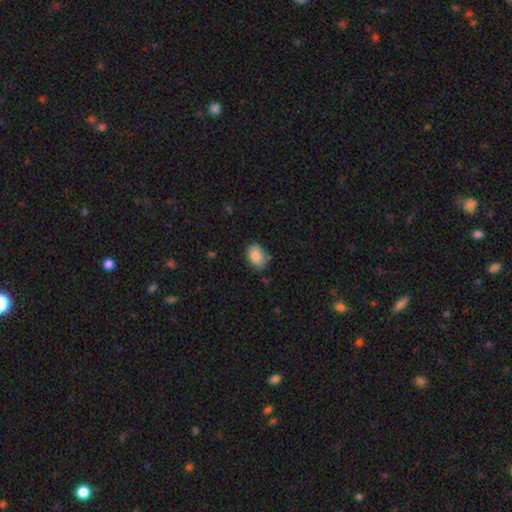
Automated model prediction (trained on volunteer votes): Smooth or featured? Predicted: smooth (p=0.85). How rounded? Predicted: in between (p=0.72). Merging? Predicted: none (p=0.74).